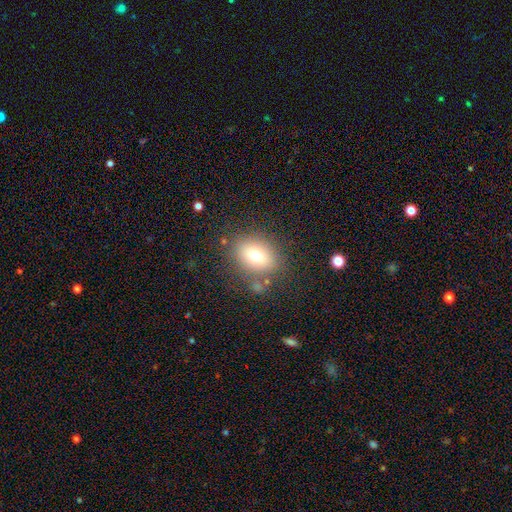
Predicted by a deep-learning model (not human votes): A smooth galaxy with no disk features (72%) that is in between round and cigar-shaped (67%). Merging: none (77%).